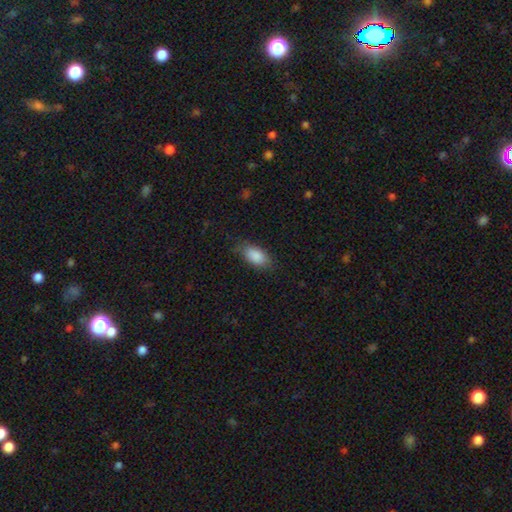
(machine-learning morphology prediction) Smooth or featured?
  - smooth: 88% *
  - star or artifact: 7%
  - featured or disk: 5%
How rounded?
  - in between: 92% *
  - cigar-shaped: 4%
  - round: 4%
Merging?
  - none: 76% *
  - minor disturbance: 18%
  - major disturbance: 5%
  - merger: 1%